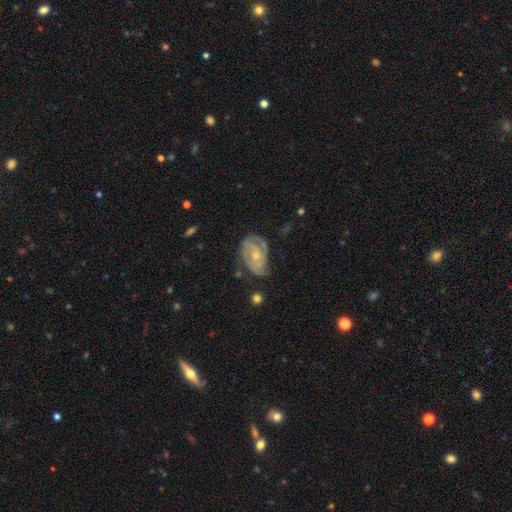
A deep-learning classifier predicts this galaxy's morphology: Q: Smooth or featured?
A: featured or disk (84%); runner-up: smooth (11%)
Q: Edge-on disk?
A: no (97%); runner-up: yes (3%)
Q: Bar?
A: no (66%); runner-up: weak (28%)
Q: Spiral arms?
A: yes (94%); runner-up: no (6%)
Q: Spiral winding?
A: tight (58%); runner-up: medium (34%)
Q: Spiral arm count?
A: 2 (45%); runner-up: 3 (24%)
Q: Bulge size?
A: small (54%); runner-up: moderate (41%)
Q: Merging?
A: none (62%); runner-up: minor disturbance (25%)